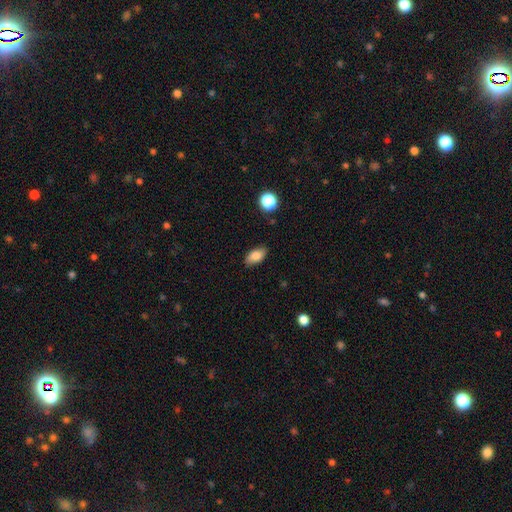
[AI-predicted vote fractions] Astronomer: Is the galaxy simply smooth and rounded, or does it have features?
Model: smooth — 83%.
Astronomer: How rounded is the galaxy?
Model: in between — 91%.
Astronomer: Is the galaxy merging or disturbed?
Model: none — 85%.